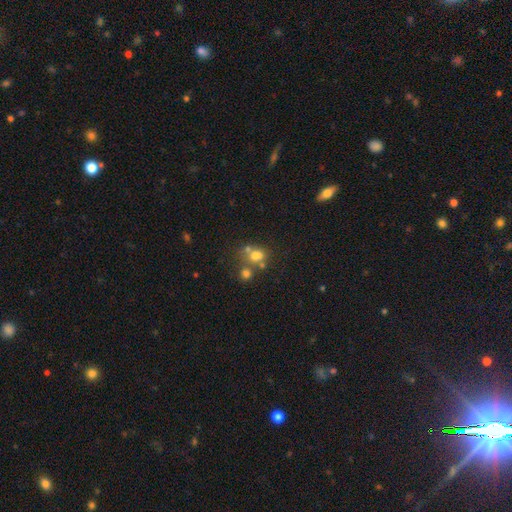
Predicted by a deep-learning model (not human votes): Overall: smooth (64%). How rounded: round (57%; in between 42%). Merging: merger (42%; none 39%).